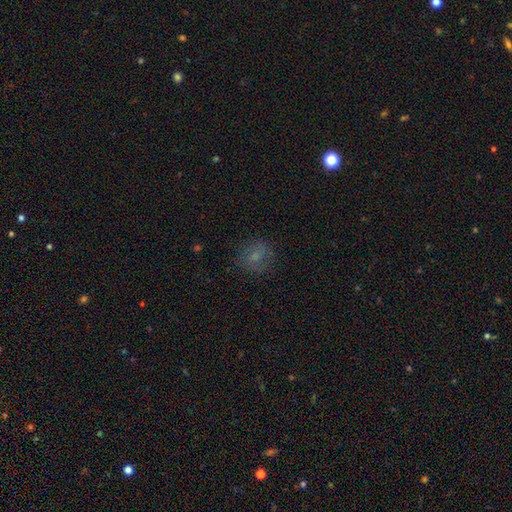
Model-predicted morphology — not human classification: Smooth or featured? smooth (62%)
How rounded? round (77%)
Merging? none (76%)